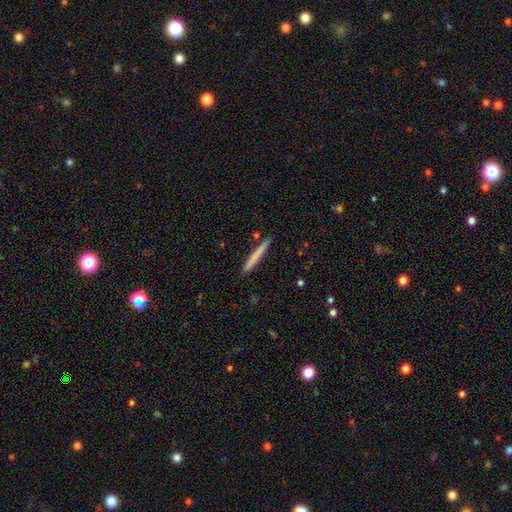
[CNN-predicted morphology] A smooth galaxy with no disk features (69%) that is cigar-shaped (97%).

Vote fractions:
- Smooth or featured? smooth: 69% / featured or disk: 25% / star or artifact: 6%
- How rounded? cigar-shaped: 97% / in between: 2% / round: 1%
- Merging? none: 91% / minor disturbance: 6% / merger: 2% / major disturbance: 1%